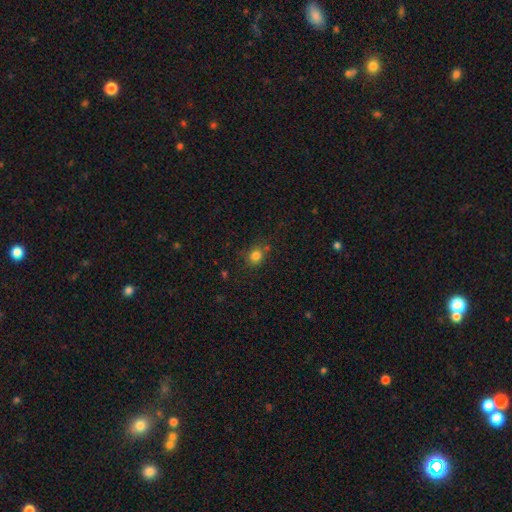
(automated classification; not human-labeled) This appears to be a smooth galaxy with no disk features (80%) that is round (77%). Merging: none (73%).